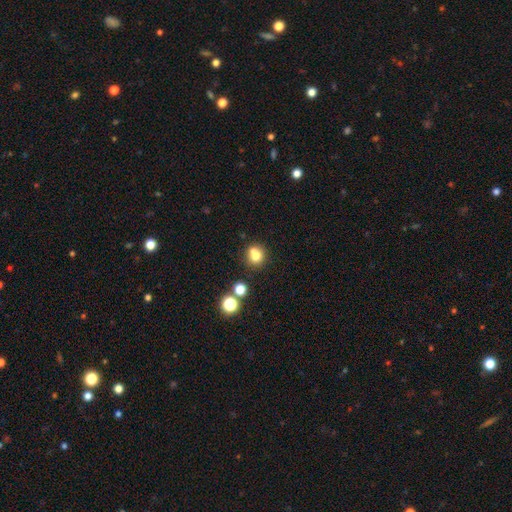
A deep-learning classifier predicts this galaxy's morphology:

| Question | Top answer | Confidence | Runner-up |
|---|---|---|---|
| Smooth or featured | smooth | 73% | featured or disk (14%) |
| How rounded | round | 84% | in between (15%) |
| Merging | none | 51% | merger (37%) |